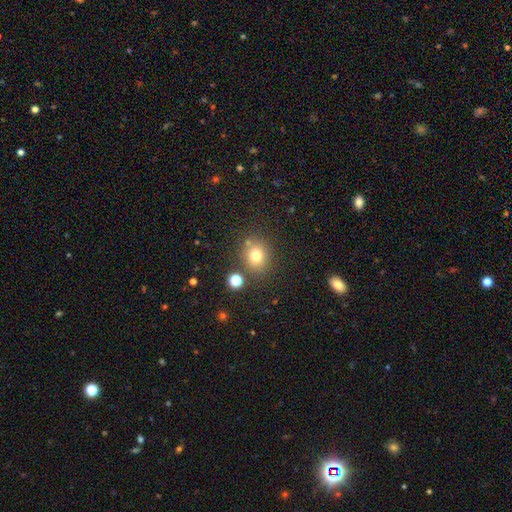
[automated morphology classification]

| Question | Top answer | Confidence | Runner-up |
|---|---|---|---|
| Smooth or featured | smooth | 74% | star or artifact (16%) |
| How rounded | round | 74% | in between (25%) |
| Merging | none | 79% | minor disturbance (10%) |